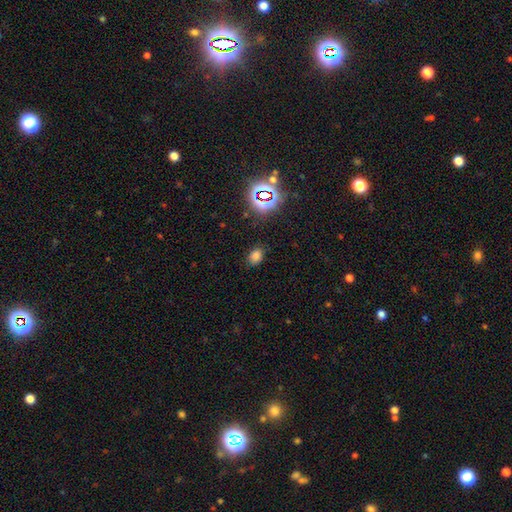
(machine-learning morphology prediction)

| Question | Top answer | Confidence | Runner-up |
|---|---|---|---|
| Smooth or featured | smooth | 72% | star or artifact (22%) |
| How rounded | in between | 68% | round (31%) |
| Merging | none | 83% | minor disturbance (12%) |